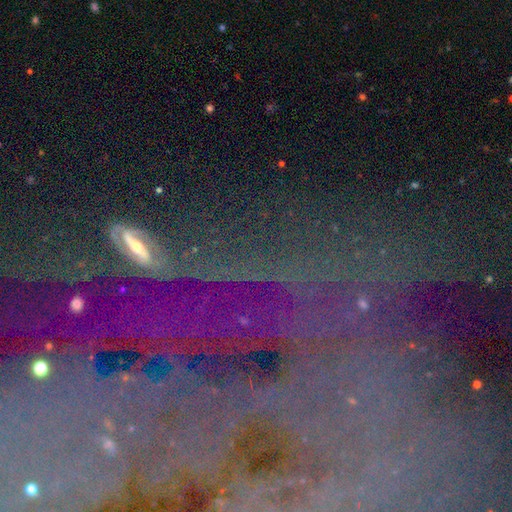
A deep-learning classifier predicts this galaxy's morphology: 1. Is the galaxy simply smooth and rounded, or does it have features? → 69% star or artifact, 19% featured or disk, 13% smooth.